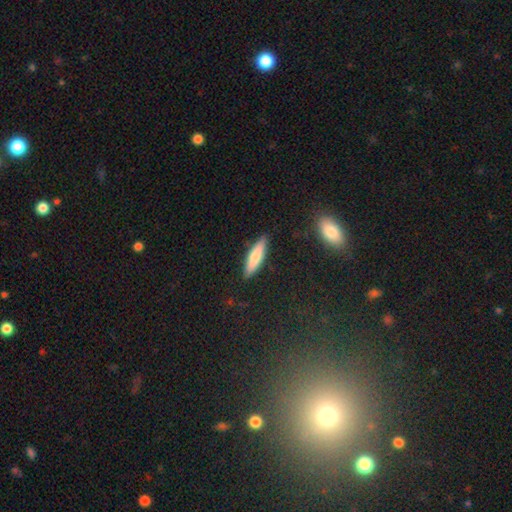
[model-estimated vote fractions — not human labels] Q: Smooth or featured?
A: smooth (73%); runner-up: featured or disk (20%)
Q: How rounded?
A: cigar-shaped (67%); runner-up: in between (31%)
Q: Merging?
A: none (87%); runner-up: minor disturbance (10%)